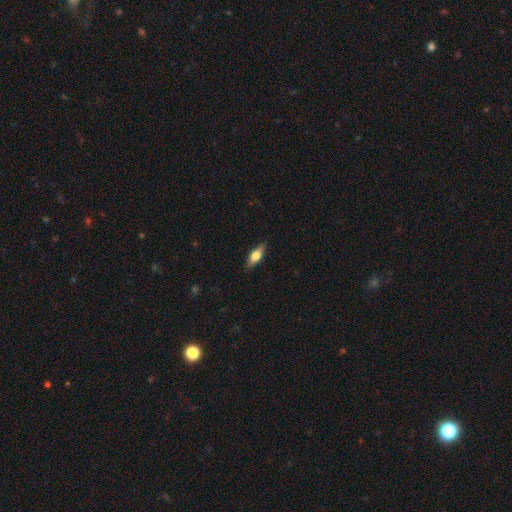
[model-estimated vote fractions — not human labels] This appears to be a smooth galaxy with no disk features (48%). Merging: none (87%).